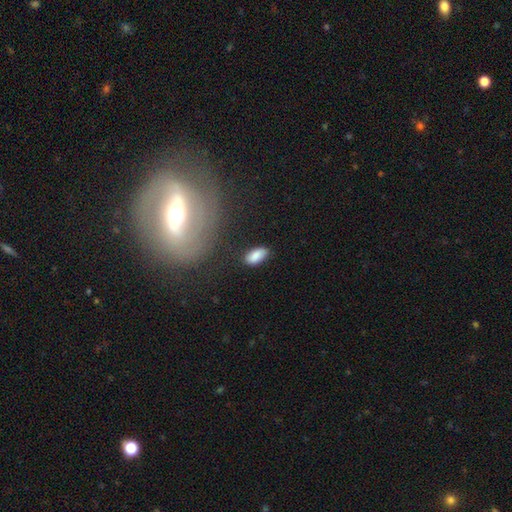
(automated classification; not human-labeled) The model was most divided on "merging": none: 81%, minor disturbance: 14%, major disturbance: 3%, merger: 2%. More confident: how rounded — in between (92%); smooth or featured — smooth (86%).